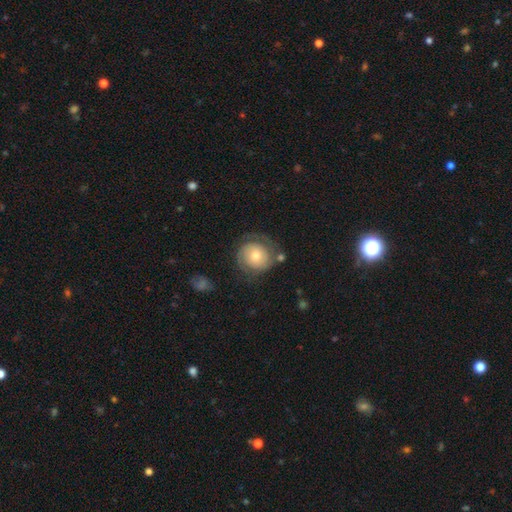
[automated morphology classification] This is likely a featured or disk galaxy (63%). It is clearly not viewed edge-on (97%). Bar: clearly no (81%). Spiral arm pattern: clearly yes (85%). Spiral arm count: likely 2 (62%). Spiral winding: likely tight (61%). Central bulge: likely moderate (63%). Merging: likely none (63%).